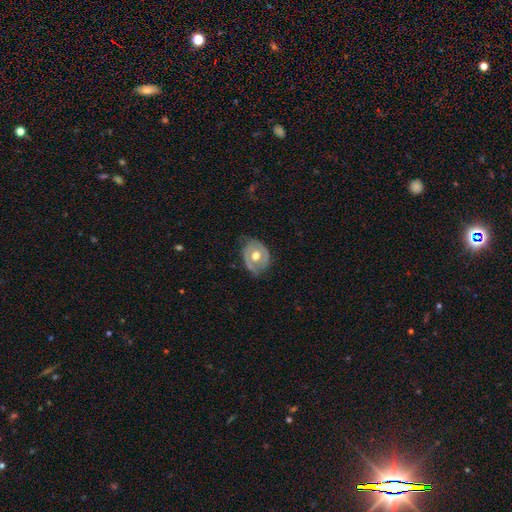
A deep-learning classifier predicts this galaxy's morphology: The model was most divided on "smooth or featured": featured or disk: 59%, smooth: 35%, star or artifact: 6%. More confident: edge-on disk — no (94%); bar — no (79%); bulge size — moderate (71%); merging — none (63%); spiral arms — no (62%).